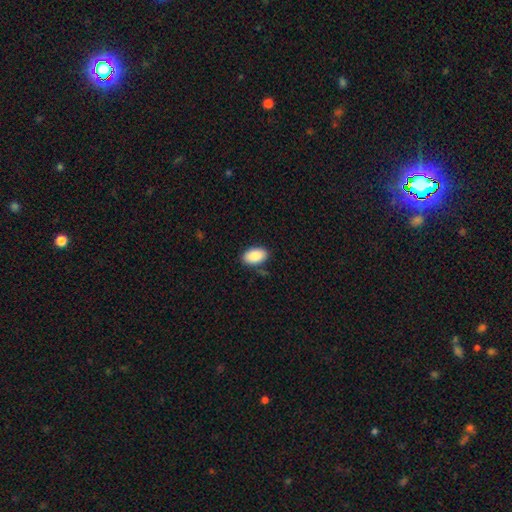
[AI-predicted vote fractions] Smooth or featured? Predicted: smooth (p=0.89). How rounded? Predicted: in between (p=0.94). Merging? Predicted: none (p=0.83).